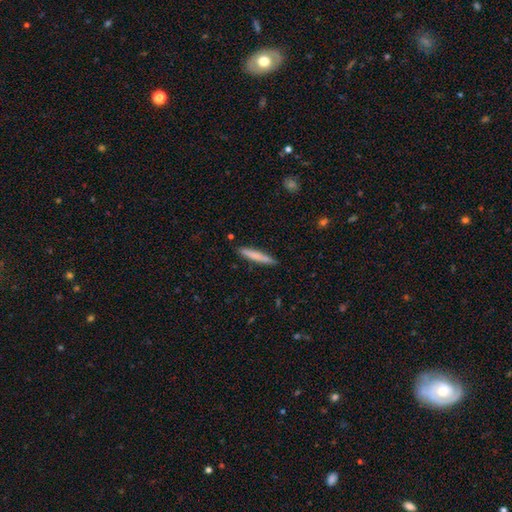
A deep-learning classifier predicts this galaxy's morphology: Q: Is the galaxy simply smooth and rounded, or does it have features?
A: smooth — 74%.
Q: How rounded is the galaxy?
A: cigar-shaped — 94%.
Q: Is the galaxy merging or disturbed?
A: none — 89%.